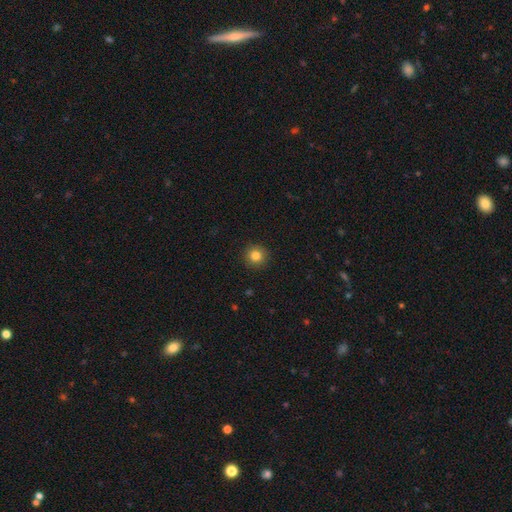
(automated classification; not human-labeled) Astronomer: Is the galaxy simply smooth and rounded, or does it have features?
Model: smooth — 83%.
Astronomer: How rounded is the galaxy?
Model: round — 95%.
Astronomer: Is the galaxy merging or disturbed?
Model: none — 92%.